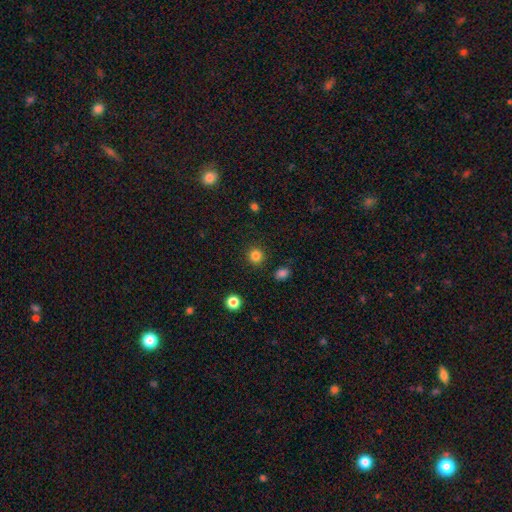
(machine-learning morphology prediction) A smooth galaxy with no disk features (83%) that is round (92%).

Vote fractions:
- Smooth or featured? smooth: 83% / star or artifact: 13% / featured or disk: 4%
- How rounded? round: 92% / in between: 7% / cigar-shaped: 1%
- Merging? none: 91% / minor disturbance: 6% / major disturbance: 2% / merger: 2%